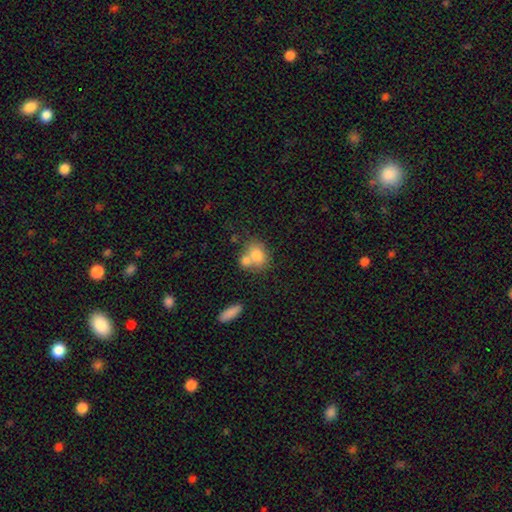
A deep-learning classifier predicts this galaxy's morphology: This is likely a smooth galaxy (78%). How rounded: possibly in between (57%). Merging: possibly merger (48%).